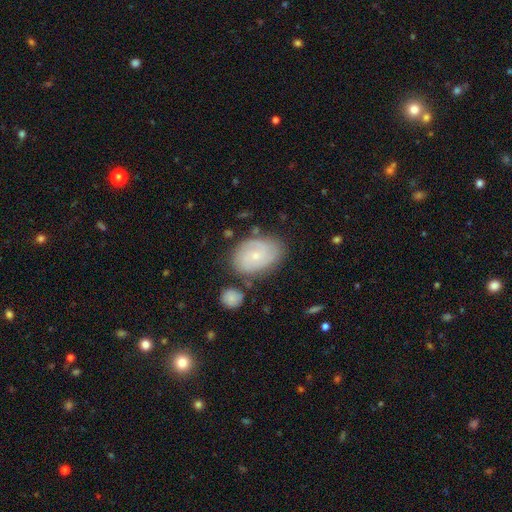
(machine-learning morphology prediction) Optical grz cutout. It shows a featured or disk galaxy (66%) with no bar (75%), 2 (41%) tight (60%) spiral arms (88%) and a small central bulge (74%). Merging: none (71%).